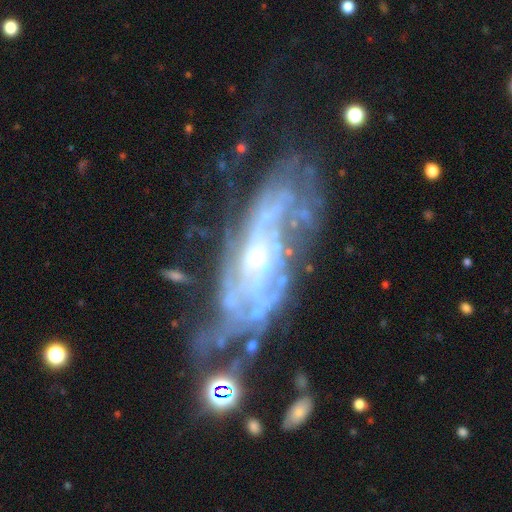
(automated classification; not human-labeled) Overall: featured or disk (81%). Edge-on disk: no (90%). Bar: no (67%). Spiral arms: yes (71%). Spiral arm count: can't tell (54%; 2 20%). Spiral winding: tight (43%; medium 35%). Bulge size: small (64%; moderate 24%). Merging: none (37%; major disturbance 31%).